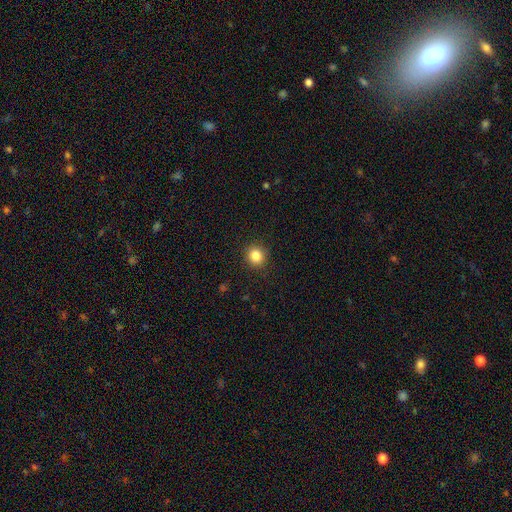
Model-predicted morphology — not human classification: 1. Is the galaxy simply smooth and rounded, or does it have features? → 85% smooth, 11% star or artifact, 5% featured or disk.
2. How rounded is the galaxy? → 89% round, 10% in between, 1% cigar-shaped.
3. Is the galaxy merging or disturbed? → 91% none, 6% minor disturbance, 2% major disturbance, 1% merger.